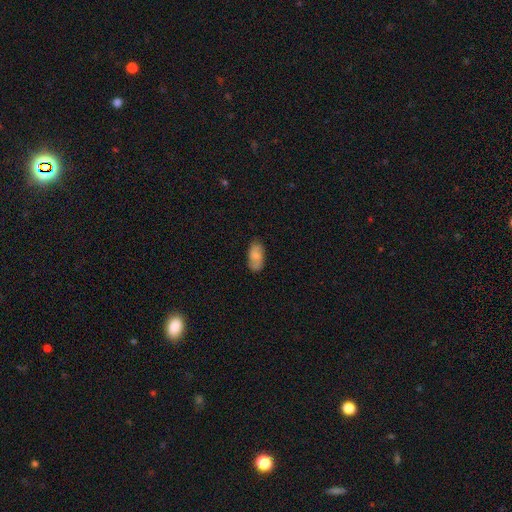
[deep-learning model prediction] smooth_or_featured: smooth (p=0.66) [alt: featured or disk p=0.26]
how_rounded: in between (p=0.92) [alt: round p=0.04]
merging: none (p=0.74) [alt: minor disturbance p=0.19]